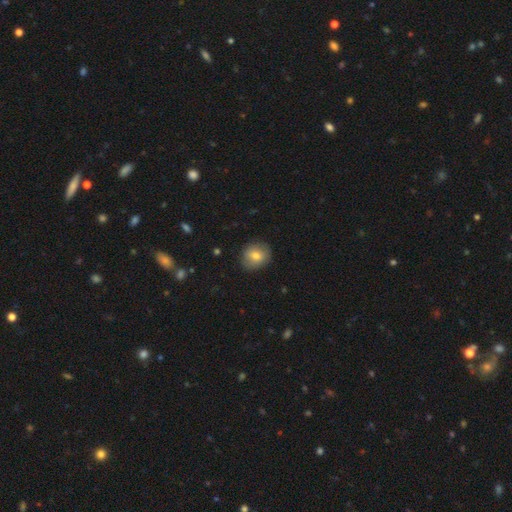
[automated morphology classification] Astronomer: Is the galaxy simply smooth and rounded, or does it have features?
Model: smooth — 74%.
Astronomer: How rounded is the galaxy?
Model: round — 77%.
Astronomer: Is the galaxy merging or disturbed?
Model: none — 85%.